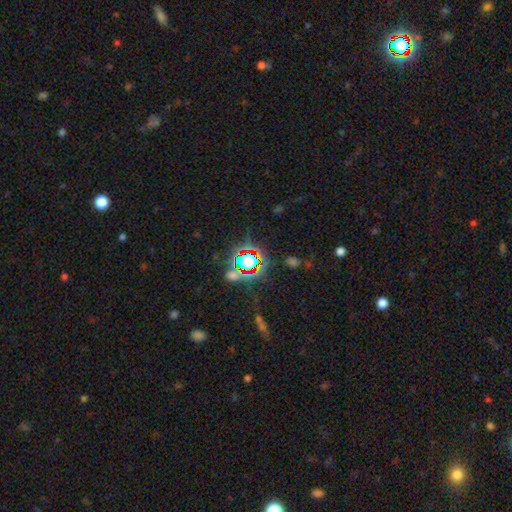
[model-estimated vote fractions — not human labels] Overall: star or artifact (76%).